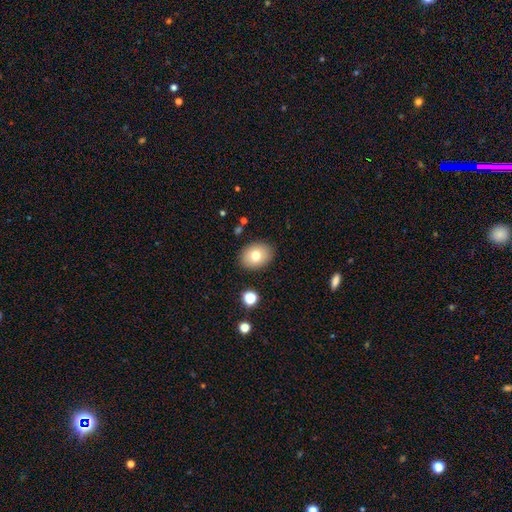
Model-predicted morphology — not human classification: This appears to be a smooth galaxy with no disk features (75%) that is in between round and cigar-shaped (60%). Merging: none (88%).